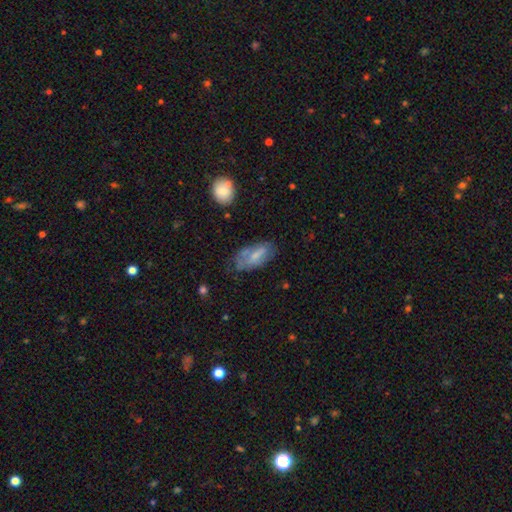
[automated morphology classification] Overall: smooth (61%; featured or disk 32%). How rounded: in between (88%). Merging: none (51%; minor disturbance 30%).